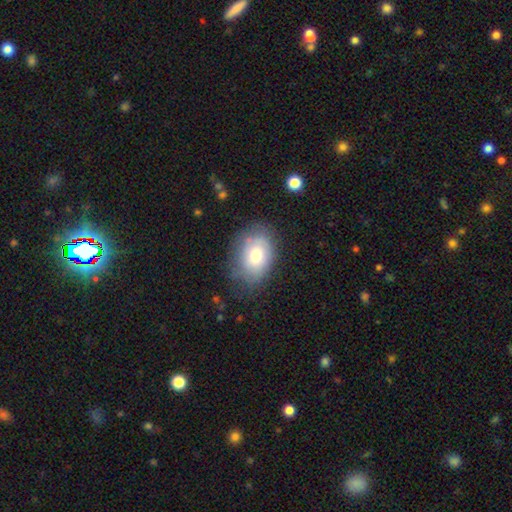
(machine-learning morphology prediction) Smooth or featured: smooth — 72% (featured or disk — 20%)
How rounded: in between — 78% (round — 21%)
Merging: none — 69% (minor disturbance — 22%)